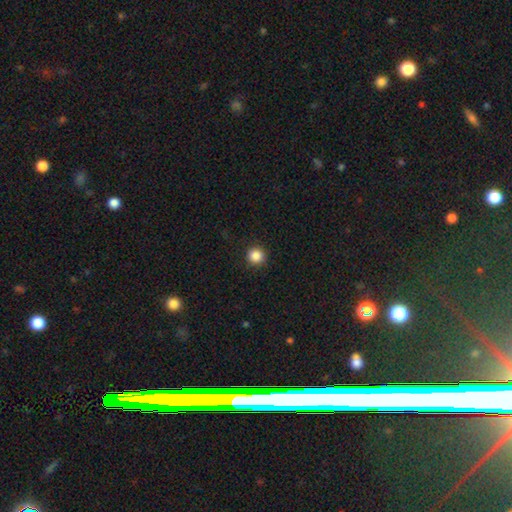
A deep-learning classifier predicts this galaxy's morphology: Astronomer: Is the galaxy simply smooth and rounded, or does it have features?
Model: smooth — 86%.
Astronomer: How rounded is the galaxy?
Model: round — 95%.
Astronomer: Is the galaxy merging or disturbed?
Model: none — 92%.